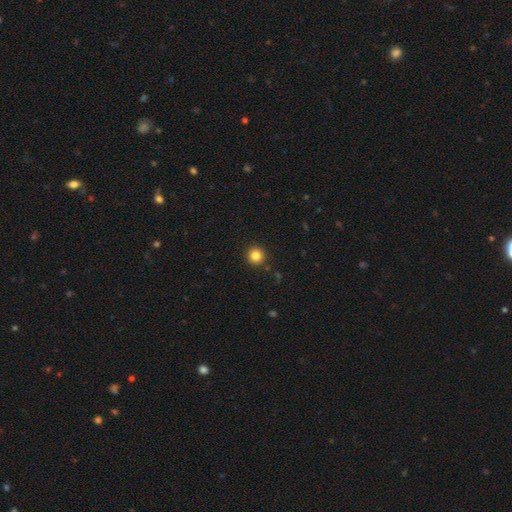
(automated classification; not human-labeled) Morphology: type=smooth (84%); roundness=round (95%); merging=none (92%).